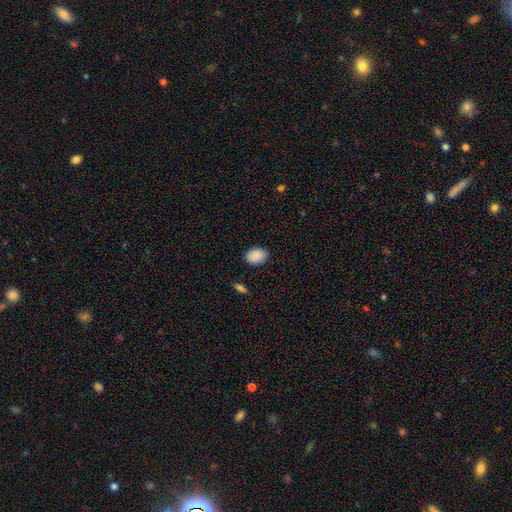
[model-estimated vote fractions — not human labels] Smooth or featured?
  - smooth: 90% *
  - star or artifact: 7%
  - featured or disk: 3%
How rounded?
  - in between: 71% *
  - round: 28%
  - cigar-shaped: 1%
Merging?
  - none: 87% *
  - minor disturbance: 10%
  - major disturbance: 2%
  - merger: 1%